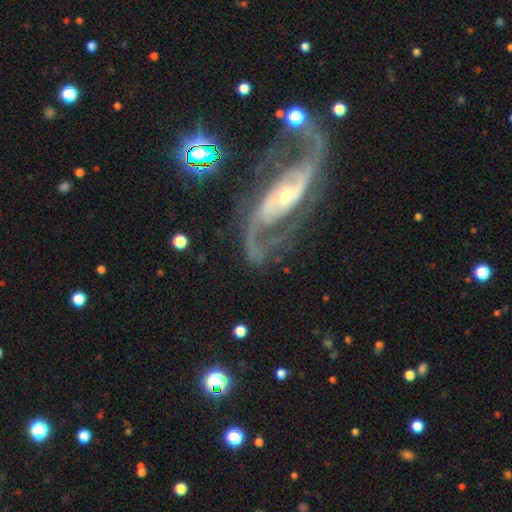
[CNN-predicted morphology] A featured or disk galaxy (91%) with a strong bar (37%), 2 (92%) medium (48%) spiral arms (98%) and a small central bulge (68%). Merging: none (70%).